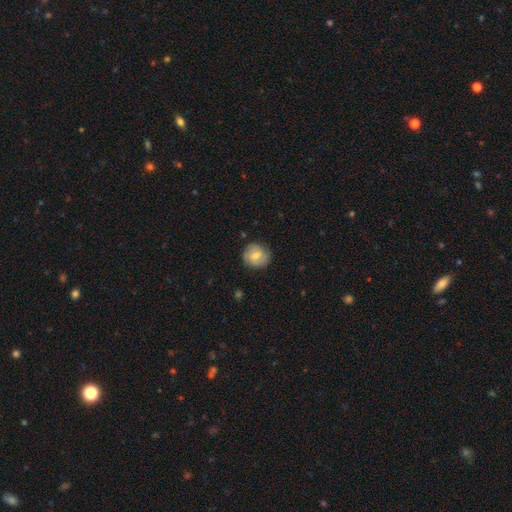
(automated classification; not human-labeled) Smooth or featured: featured or disk — 48% (smooth — 45%)
Merging: none — 81% (minor disturbance — 14%)